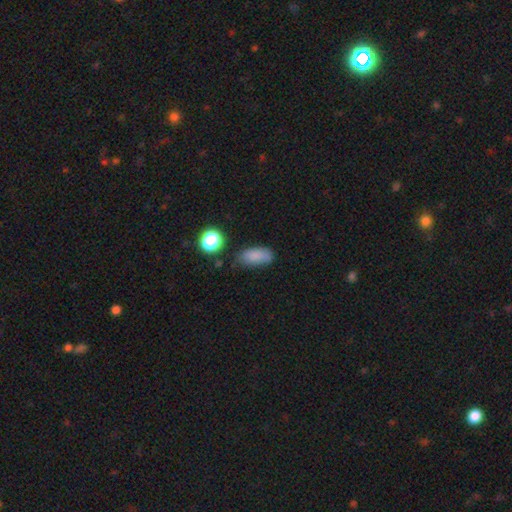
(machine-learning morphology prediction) The model was most divided on "merging": none: 66%, minor disturbance: 23%, major disturbance: 6%, merger: 4%. More confident: how rounded — in between (85%); smooth or featured — smooth (82%).